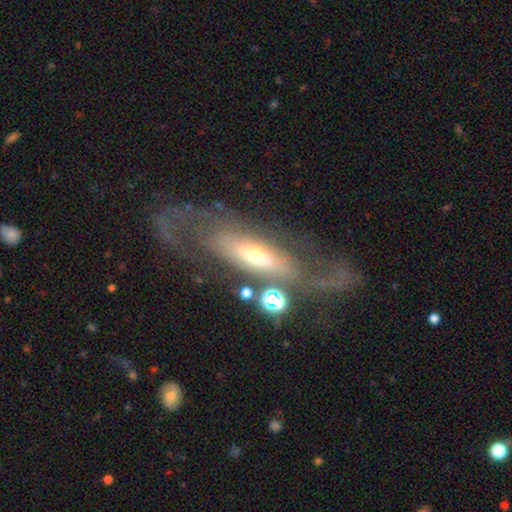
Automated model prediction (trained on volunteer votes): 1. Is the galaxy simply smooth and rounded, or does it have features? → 74% featured or disk, 19% smooth, 7% star or artifact.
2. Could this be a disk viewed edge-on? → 68% no, 32% yes.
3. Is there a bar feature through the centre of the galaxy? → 61% no, 23% weak, 16% strong.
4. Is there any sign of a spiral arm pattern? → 63% yes, 37% no.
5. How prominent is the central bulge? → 51% moderate, 39% small, 6% large, 2% dominant, 2% none.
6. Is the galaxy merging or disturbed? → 50% none, 25% major disturbance, 18% minor disturbance, 6% merger.